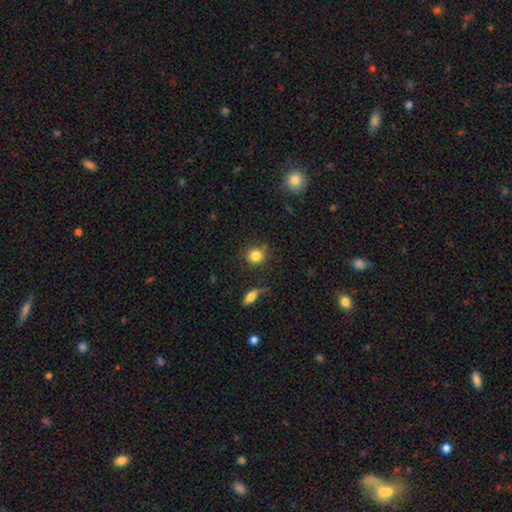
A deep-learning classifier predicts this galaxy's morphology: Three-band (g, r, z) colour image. It shows a smooth galaxy with no disk features (84%) that is round (86%). Merging: none (81%).